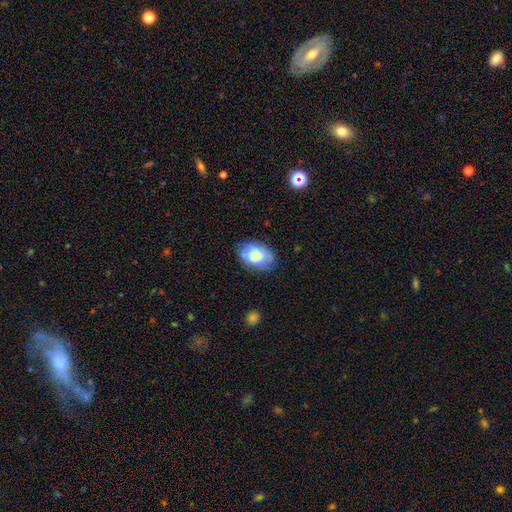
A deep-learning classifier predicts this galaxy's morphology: This is likely a smooth galaxy (70%). How rounded: clearly in between (86%). Merging: likely none (68%).